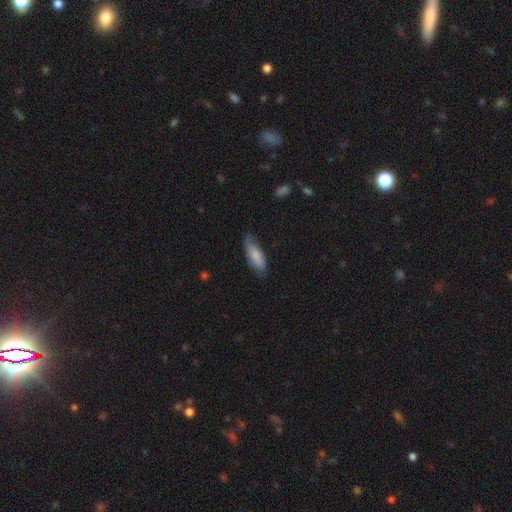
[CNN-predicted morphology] Smooth or featured? Predicted: smooth (p=0.80). How rounded? Predicted: in between (p=0.67). Merging? Predicted: none (p=0.71).